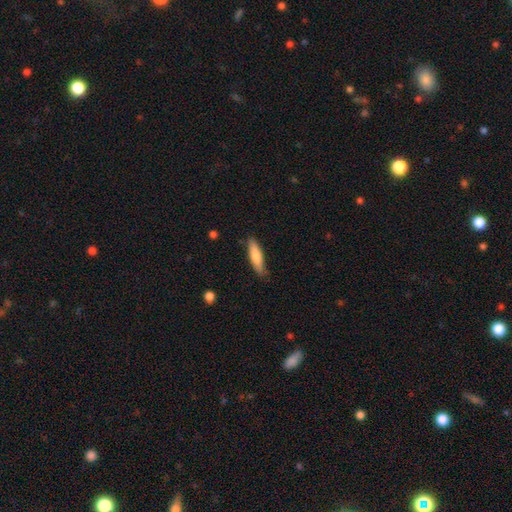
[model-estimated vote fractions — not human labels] smooth 74%, featured or disk 20%, star or artifact 5%. Down the decision tree: how rounded — cigar-shaped (69%); merging — none (79%).